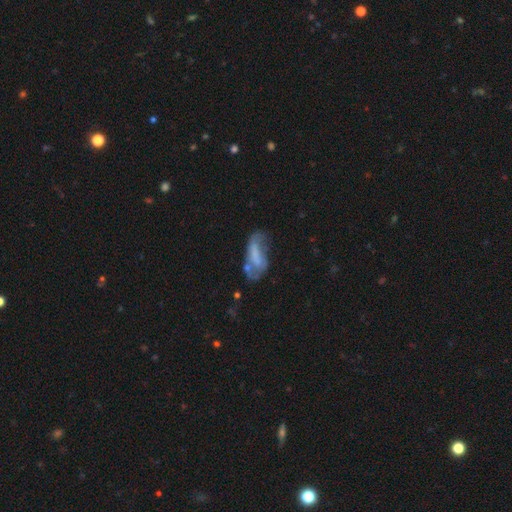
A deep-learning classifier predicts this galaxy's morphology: Smooth or featured: featured or disk — 47% (smooth — 43%)
Merging: major disturbance — 33% (none — 28%)